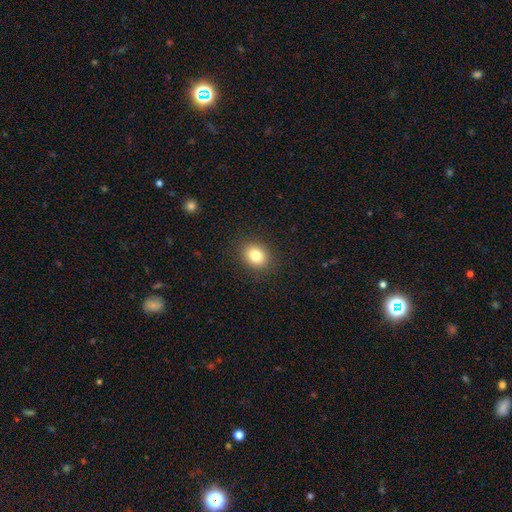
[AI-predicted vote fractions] smooth_or_featured: smooth (p=0.82) [alt: star or artifact p=0.11]
how_rounded: round (p=0.59) [alt: in between p=0.40]
merging: none (p=0.89) [alt: minor disturbance p=0.07]